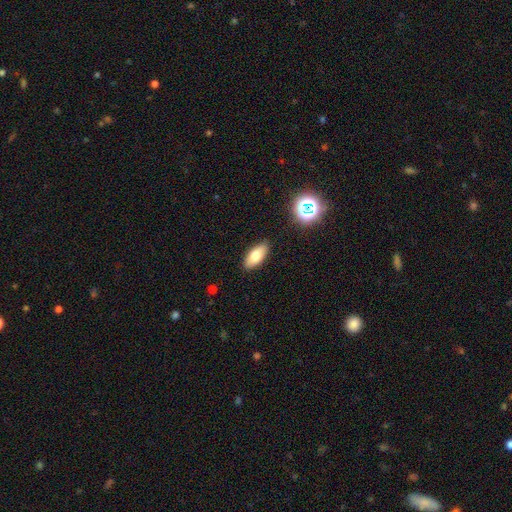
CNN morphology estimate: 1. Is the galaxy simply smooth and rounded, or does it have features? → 77% smooth, 14% featured or disk, 9% star or artifact.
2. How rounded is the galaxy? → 86% in between, 11% cigar-shaped, 3% round.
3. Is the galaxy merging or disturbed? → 88% none, 9% minor disturbance, 2% major disturbance, 1% merger.